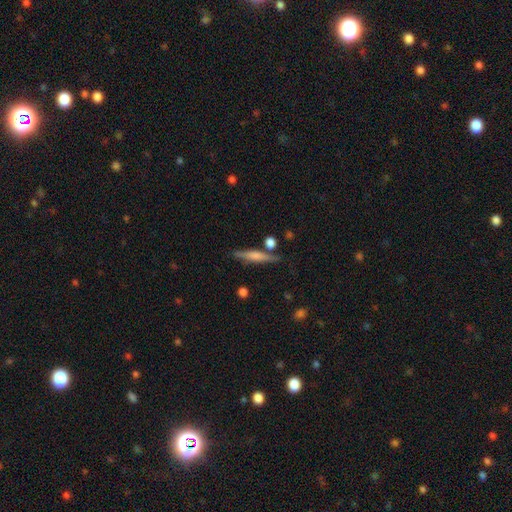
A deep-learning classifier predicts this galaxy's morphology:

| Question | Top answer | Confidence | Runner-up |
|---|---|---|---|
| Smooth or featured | featured or disk | 47% | smooth (46%) |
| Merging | none | 78% | minor disturbance (12%) |